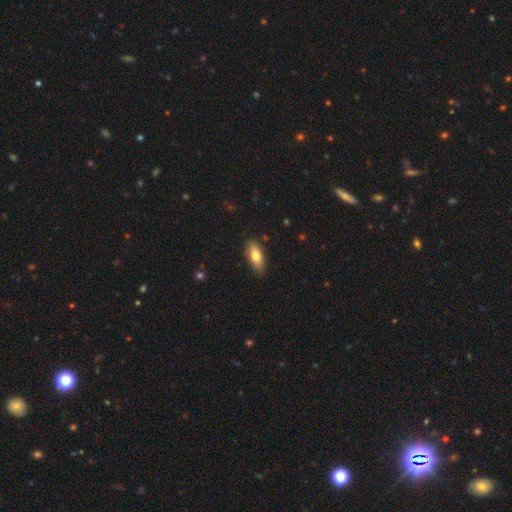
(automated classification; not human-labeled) A smooth galaxy with no disk features (75%) that is in between round and cigar-shaped (81%).

Vote fractions:
- Smooth or featured? smooth: 75% / featured or disk: 19% / star or artifact: 7%
- How rounded? in between: 81% / cigar-shaped: 16% / round: 3%
- Merging? none: 84% / minor disturbance: 12% / major disturbance: 2% / merger: 1%